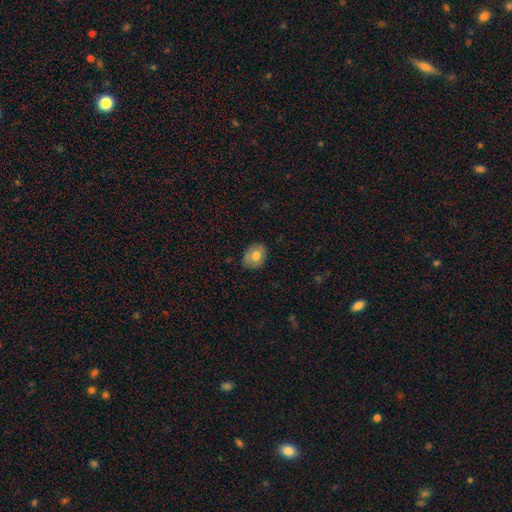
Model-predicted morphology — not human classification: Smooth or featured? Predicted: smooth (p=0.73). How rounded? Predicted: in between (p=0.60). Merging? Predicted: none (p=0.79).